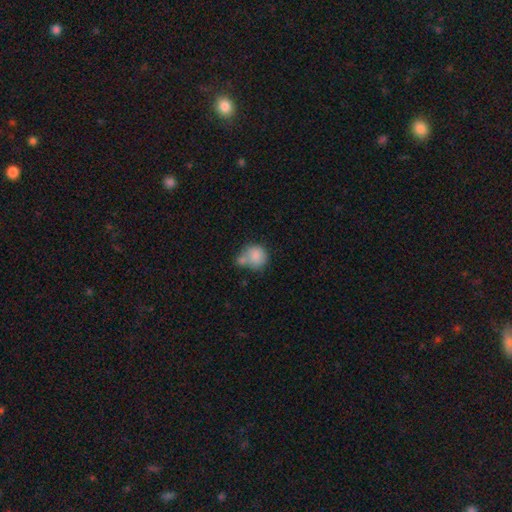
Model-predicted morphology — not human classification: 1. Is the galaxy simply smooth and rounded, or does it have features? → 82% smooth, 10% featured or disk, 8% star or artifact.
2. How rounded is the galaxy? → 81% round, 18% in between, 1% cigar-shaped.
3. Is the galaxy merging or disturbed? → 42% merger, 37% none, 14% minor disturbance, 6% major disturbance.